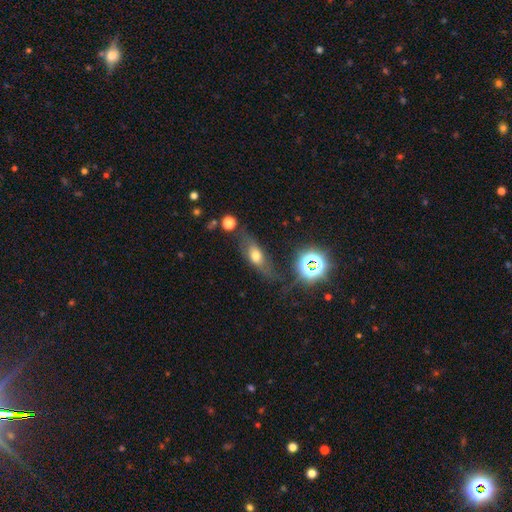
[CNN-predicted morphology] This appears to be a smooth galaxy with no disk features (54%) that is in between round and cigar-shaped (65%). Merging: none (58%).